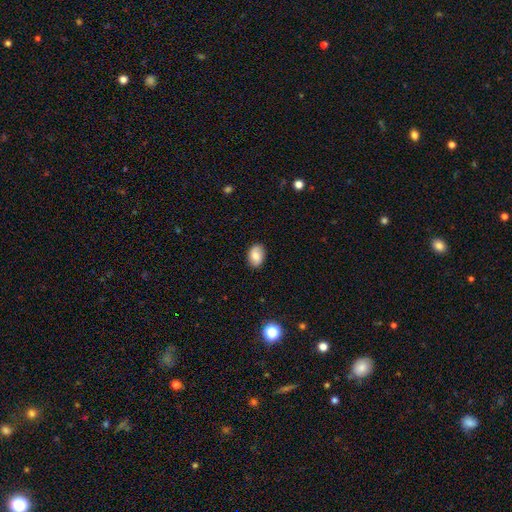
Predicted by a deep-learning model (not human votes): Morphology: type=smooth (77%); roundness=in between (83%); merging=none (86%).